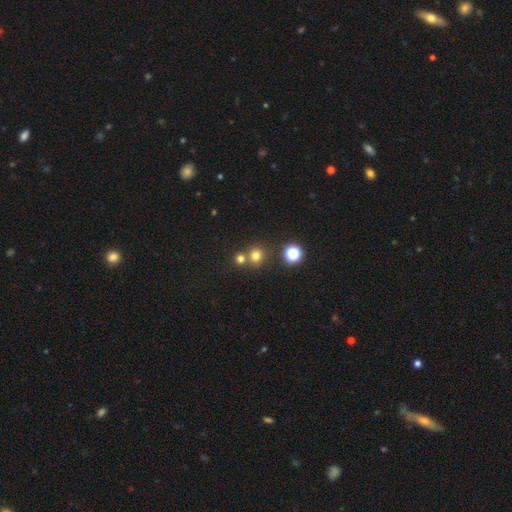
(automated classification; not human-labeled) smooth_or_featured: smooth (p=0.73) [alt: star or artifact p=0.20]
how_rounded: round (p=0.86) [alt: in between p=0.13]
merging: none (p=0.63) [alt: merger p=0.28]